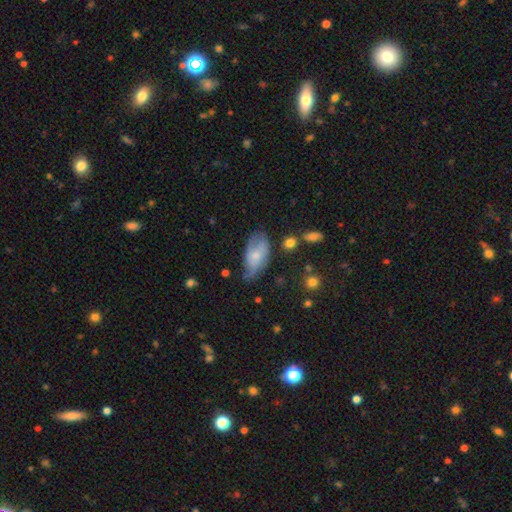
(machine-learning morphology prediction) A featured or disk galaxy (47%).

Vote fractions:
- Smooth or featured? featured or disk: 47% / smooth: 45% / star or artifact: 7%
- Merging? none: 52% / minor disturbance: 32% / major disturbance: 13% / merger: 3%